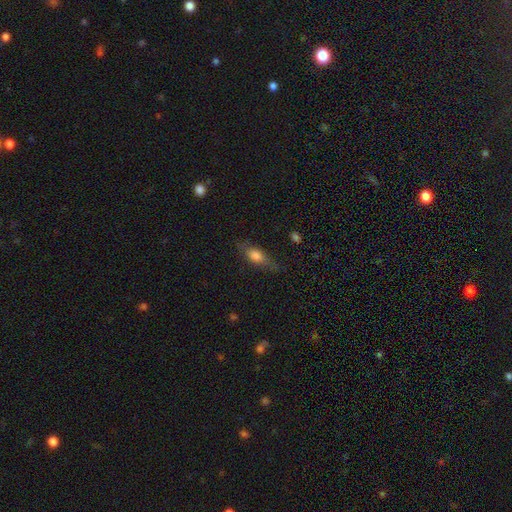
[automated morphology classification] Overall: smooth (65%; featured or disk 27%). How rounded: in between (65%; cigar-shaped 29%). Merging: none (71%).